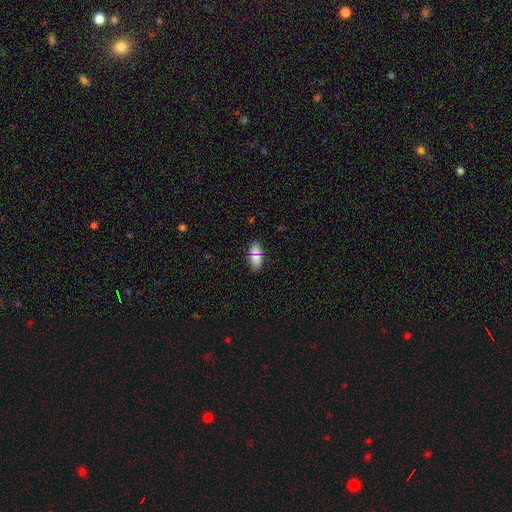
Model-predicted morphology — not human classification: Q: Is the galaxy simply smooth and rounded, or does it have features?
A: smooth — 77%.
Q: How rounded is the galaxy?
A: in between — 86%.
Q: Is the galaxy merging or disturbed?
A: none — 85%.